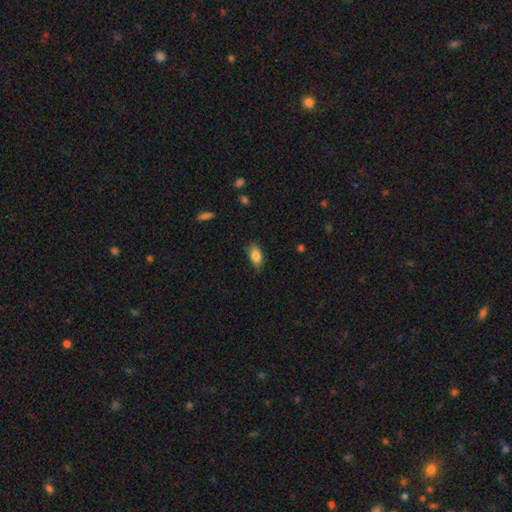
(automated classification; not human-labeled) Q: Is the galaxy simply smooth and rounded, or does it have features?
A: smooth — 82%.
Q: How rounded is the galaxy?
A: in between — 88%.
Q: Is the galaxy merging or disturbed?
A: none — 67%.